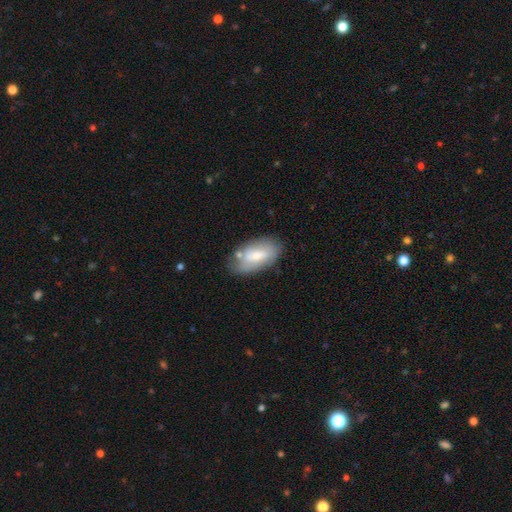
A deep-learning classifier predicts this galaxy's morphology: Smooth or featured? Predicted: smooth (p=0.48). Merging? Predicted: none (p=0.62).